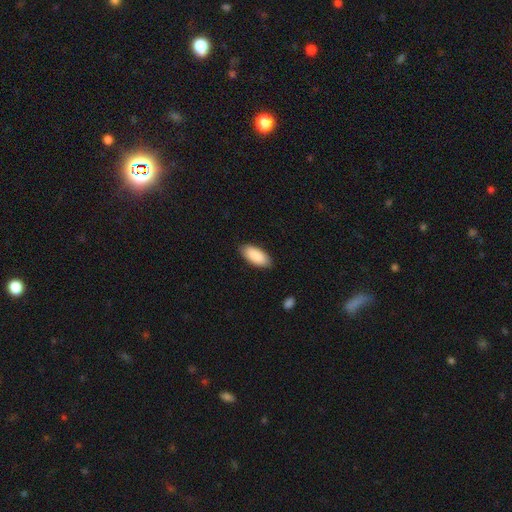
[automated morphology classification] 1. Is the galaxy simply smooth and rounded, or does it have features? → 89% smooth, 6% featured or disk, 5% star or artifact.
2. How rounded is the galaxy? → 90% in between, 8% cigar-shaped, 2% round.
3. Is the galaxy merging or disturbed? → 87% none, 10% minor disturbance, 2% major disturbance, 1% merger.